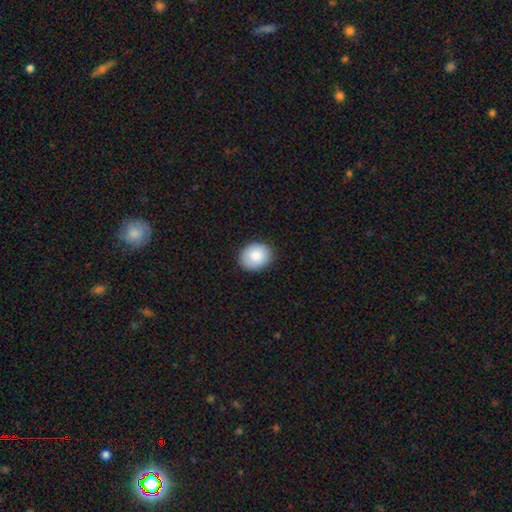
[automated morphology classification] This is clearly a smooth galaxy (83%). How rounded: likely round (60%). Merging: clearly none (88%).